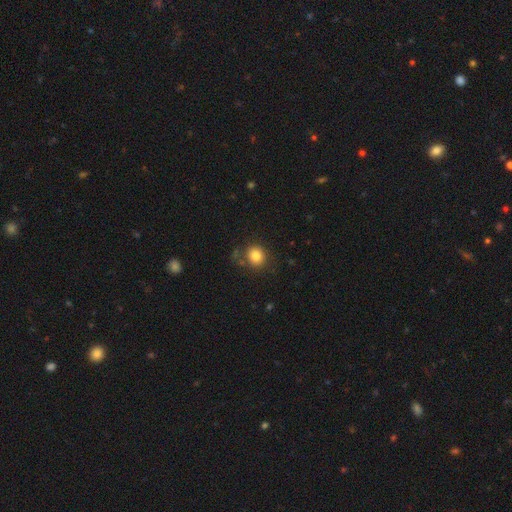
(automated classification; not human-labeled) Smooth or featured? smooth (82%)
How rounded? round (82%)
Merging? none (77%)